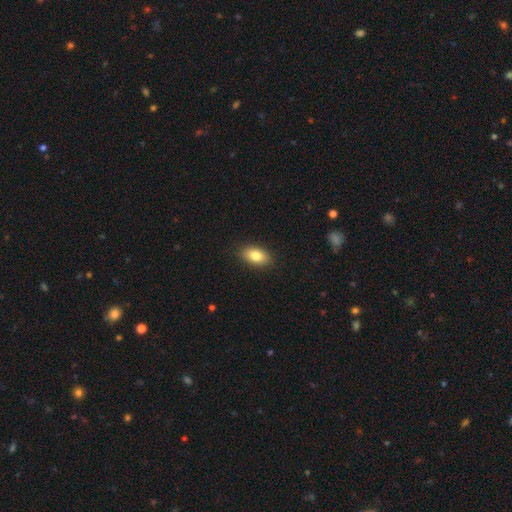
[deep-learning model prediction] Smooth or featured: smooth — 83% (featured or disk — 9%)
How rounded: in between — 90% (round — 7%)
Merging: none — 88% (minor disturbance — 9%)